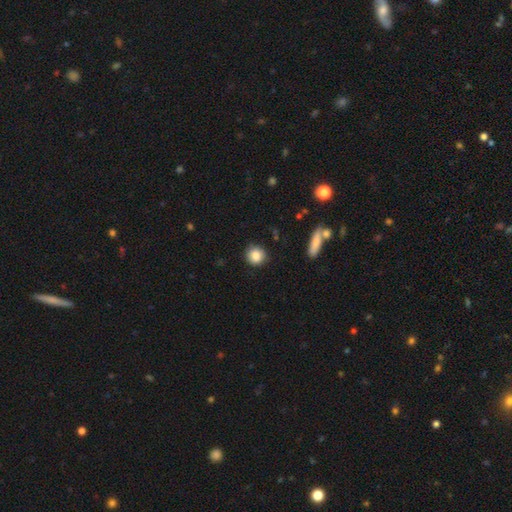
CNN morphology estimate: Smooth or featured? smooth (85%)
How rounded? round (88%)
Merging? none (85%)